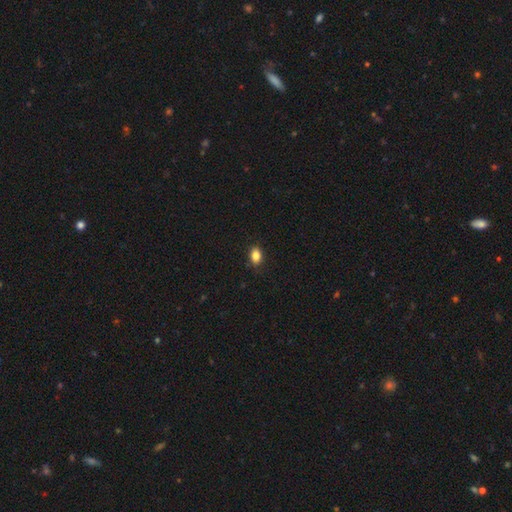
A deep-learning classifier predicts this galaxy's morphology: Q: Smooth or featured?
A: smooth (85%); runner-up: star or artifact (10%)
Q: How rounded?
A: in between (77%); runner-up: round (21%)
Q: Merging?
A: none (87%); runner-up: minor disturbance (10%)